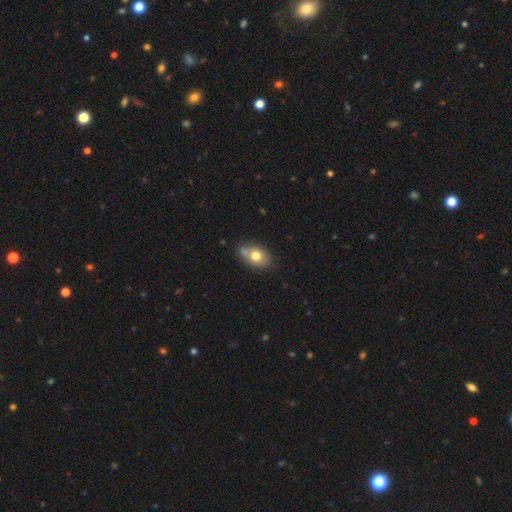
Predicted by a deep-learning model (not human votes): Q: Smooth or featured?
A: smooth (73%); runner-up: featured or disk (18%)
Q: How rounded?
A: in between (74%); runner-up: round (24%)
Q: Merging?
A: none (55%); runner-up: minor disturbance (23%)